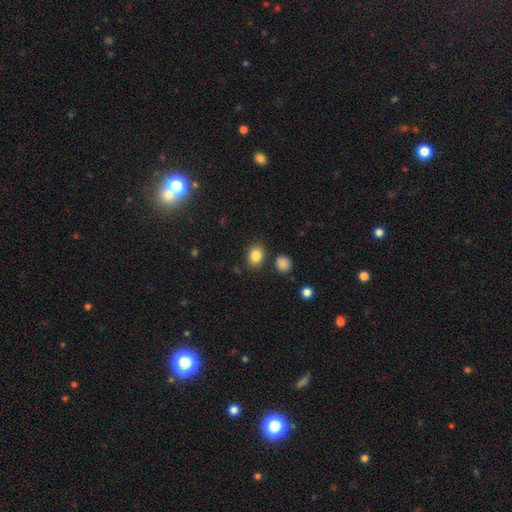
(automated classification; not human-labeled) Smooth or featured: smooth — 85% (star or artifact — 9%)
How rounded: in between — 63% (round — 36%)
Merging: none — 81% (minor disturbance — 10%)